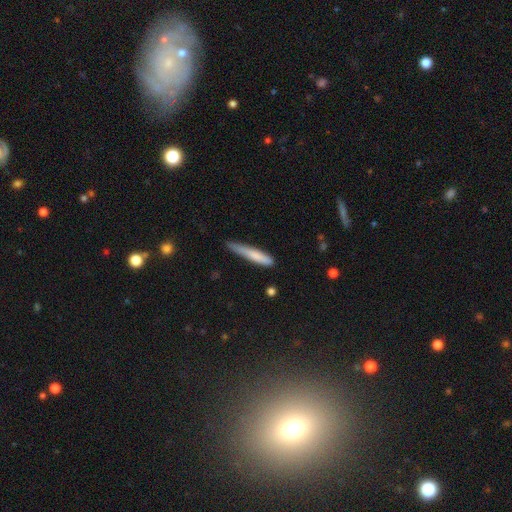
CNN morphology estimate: Smooth or featured? Predicted: smooth (p=0.75). How rounded? Predicted: cigar-shaped (p=0.93). Merging? Predicted: none (p=0.58).